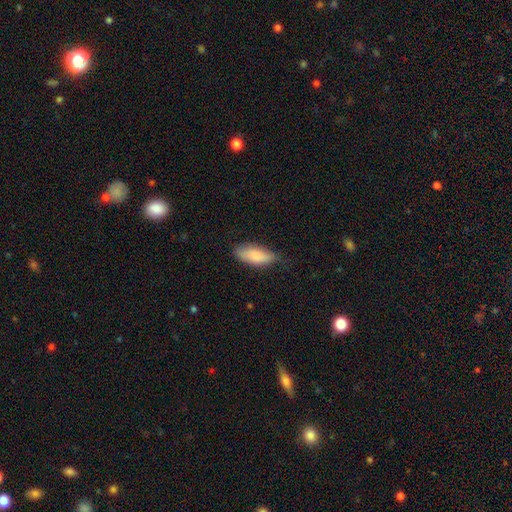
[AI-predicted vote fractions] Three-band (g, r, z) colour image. It shows a smooth galaxy with no disk features (85%) that is in between round and cigar-shaped (75%). Merging: none (64%).